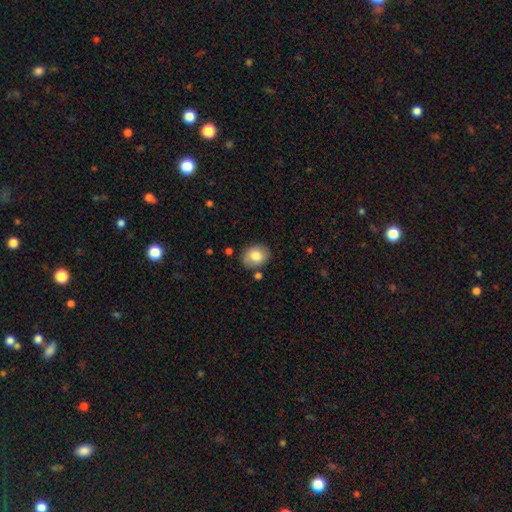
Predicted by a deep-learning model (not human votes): This appears to be a smooth galaxy with no disk features (80%) that is in between round and cigar-shaped (51%). Merging: none (81%).